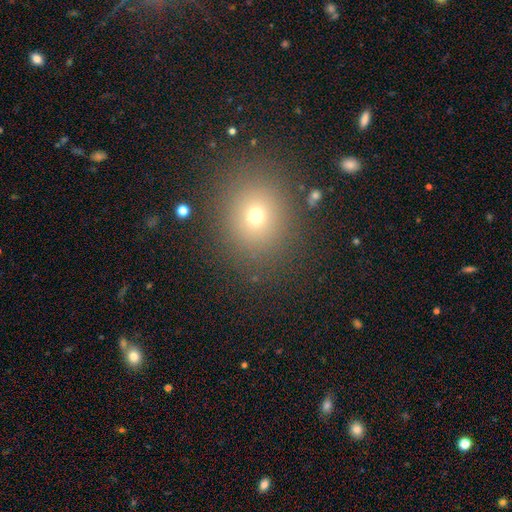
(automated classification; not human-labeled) Morphology: type=smooth (60%); roundness=round (71%); merging=none (89%).